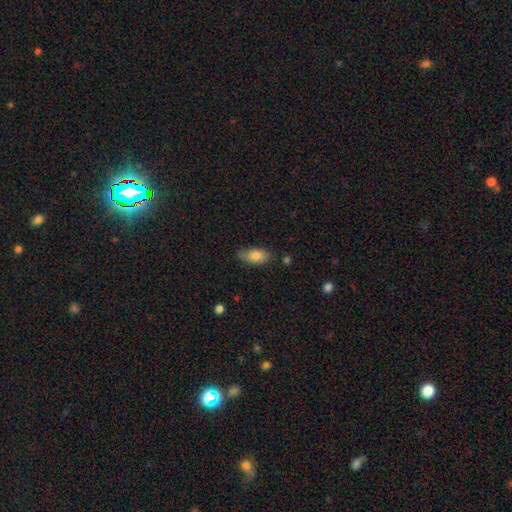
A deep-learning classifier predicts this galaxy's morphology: smooth_or_featured: smooth (p=0.80) [alt: featured or disk p=0.13]
how_rounded: in between (p=0.89) [alt: cigar-shaped p=0.08]
merging: none (p=0.73) [alt: minor disturbance p=0.21]